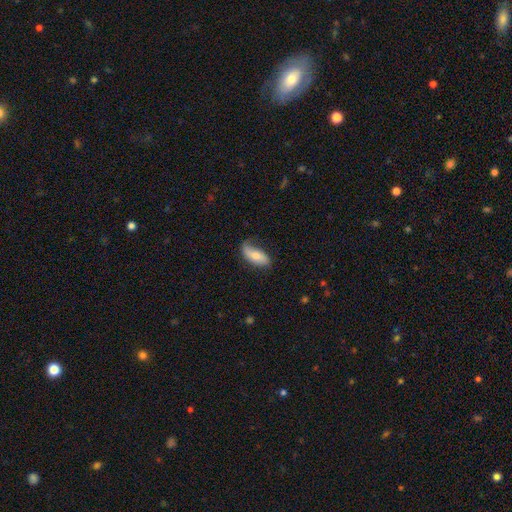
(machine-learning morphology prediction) smooth 58%, featured or disk 36%, star or artifact 6%. Down the decision tree: how rounded — in between (83%); merging — none (52%).